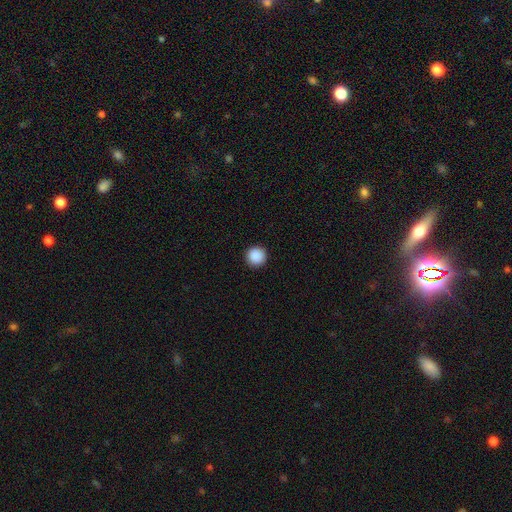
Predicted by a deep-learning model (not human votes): A smooth galaxy with no disk features (89%) that is round (96%). Merging: none (93%).